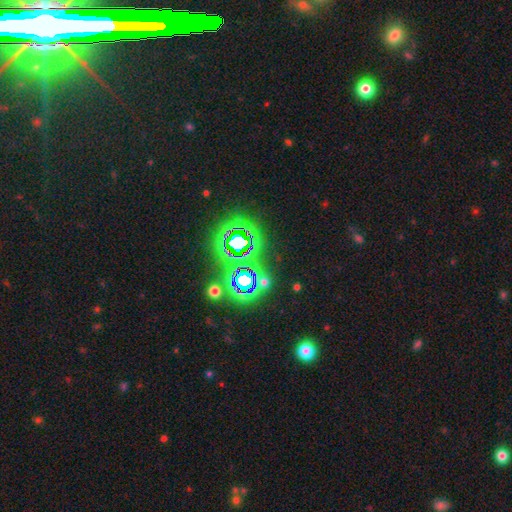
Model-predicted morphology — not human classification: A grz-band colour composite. It shows a star or artifact, not a galaxy (73%).